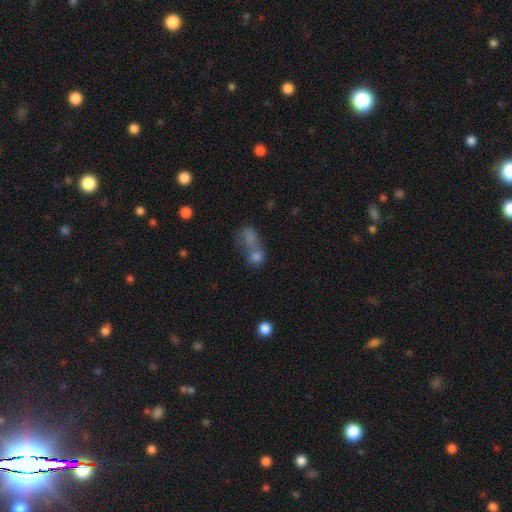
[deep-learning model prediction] smooth_or_featured: smooth (p=0.70) [alt: star or artifact p=0.16]
how_rounded: in between (p=0.49) [alt: round p=0.47]
merging: merger (p=0.61) [alt: none p=0.23]